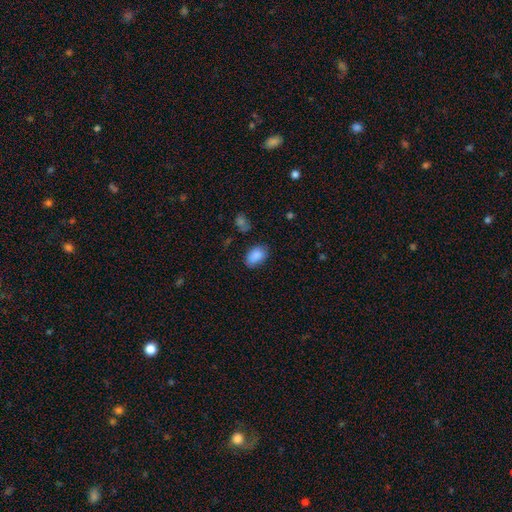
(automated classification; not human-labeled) A smooth galaxy with no disk features (88%) that is in between round and cigar-shaped (89%). Merging: none (76%).